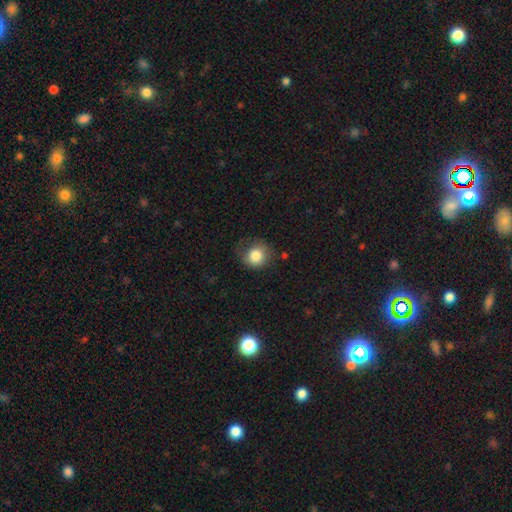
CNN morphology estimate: type=smooth (82%); roundness=round (86%); merging=none (67%).